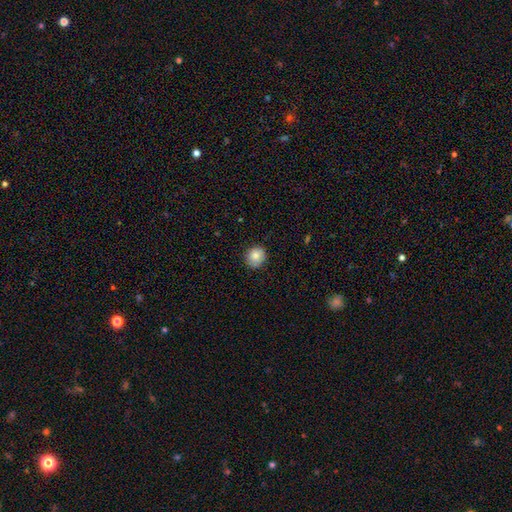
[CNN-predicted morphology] This is clearly a smooth galaxy (83%). How rounded: likely round (79%). Merging: clearly none (82%).